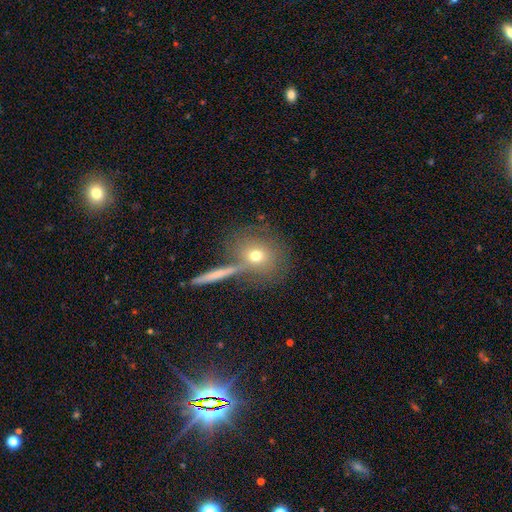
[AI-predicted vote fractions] Smooth or featured?
  - smooth: 67% *
  - featured or disk: 21%
  - star or artifact: 12%
How rounded?
  - round: 79% *
  - in between: 18%
  - cigar-shaped: 3%
Merging?
  - none: 64% *
  - merger: 17%
  - minor disturbance: 12%
  - major disturbance: 7%